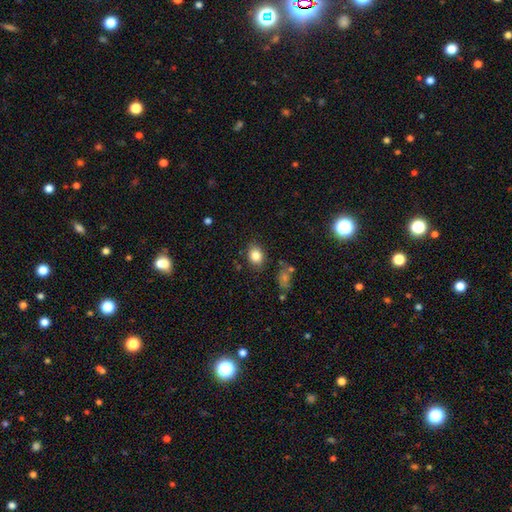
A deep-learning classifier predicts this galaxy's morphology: A smooth galaxy with no disk features (83%) that is in between round and cigar-shaped (62%). Merging: none (82%).